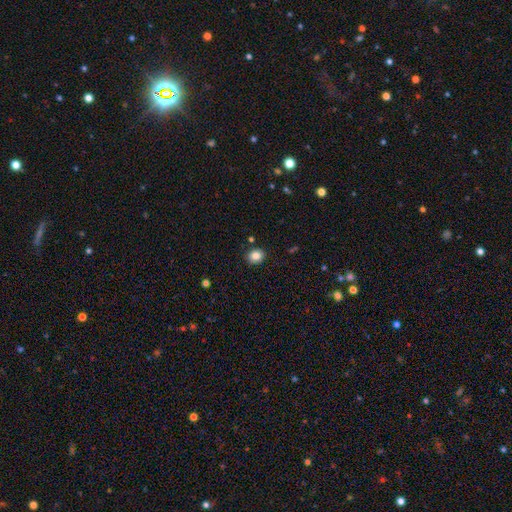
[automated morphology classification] This is clearly a smooth galaxy (84%). How rounded: likely round (60%). Merging: clearly none (88%).